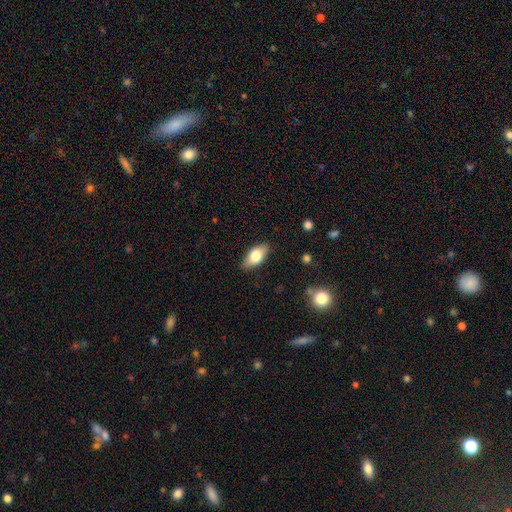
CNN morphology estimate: Q: Smooth or featured?
A: smooth (72%); runner-up: featured or disk (21%)
Q: How rounded?
A: in between (88%); runner-up: cigar-shaped (8%)
Q: Merging?
A: none (85%); runner-up: minor disturbance (11%)